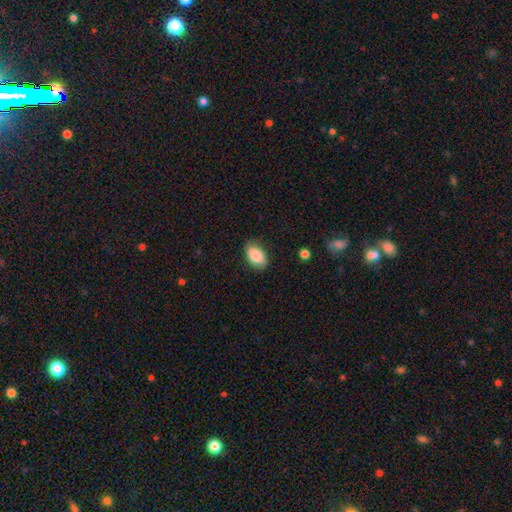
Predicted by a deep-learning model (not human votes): Smooth or featured?
  - smooth: 86% *
  - featured or disk: 7%
  - star or artifact: 6%
How rounded?
  - in between: 92% *
  - round: 6%
  - cigar-shaped: 1%
Merging?
  - none: 80% *
  - minor disturbance: 16%
  - major disturbance: 4%
  - merger: 1%